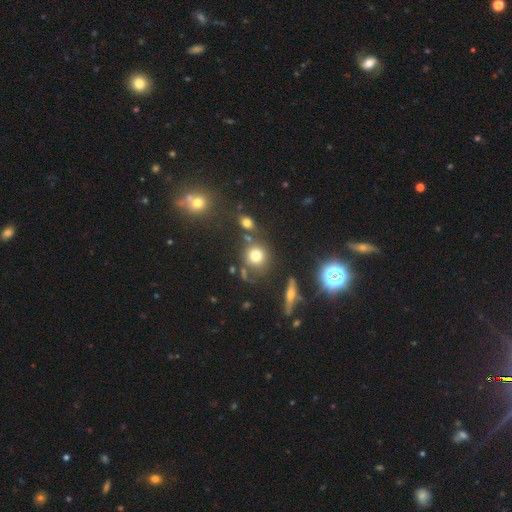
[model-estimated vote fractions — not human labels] smooth 73%, star or artifact 16%, featured or disk 11%. Down the decision tree: how rounded — round (84%); merging — none (68%).